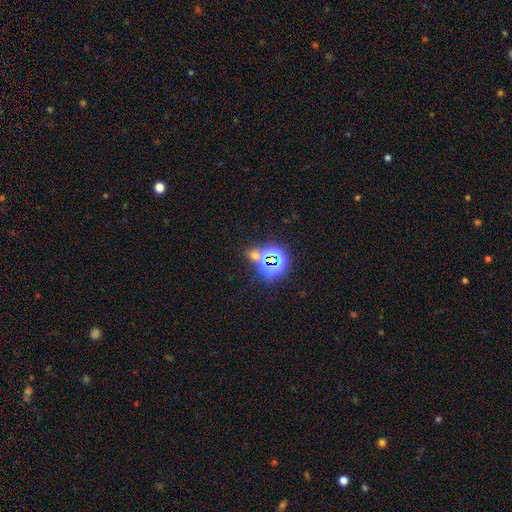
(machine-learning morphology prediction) smooth_or_featured: star or artifact (p=0.55) [alt: smooth p=0.37]